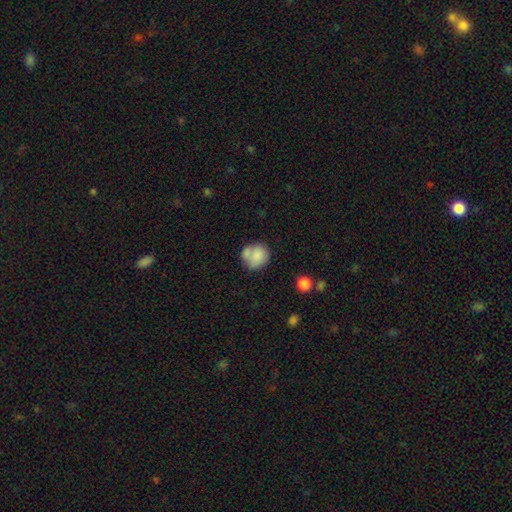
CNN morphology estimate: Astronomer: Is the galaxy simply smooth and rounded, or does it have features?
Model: smooth — 79%.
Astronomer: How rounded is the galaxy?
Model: round — 80%.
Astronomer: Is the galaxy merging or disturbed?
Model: none — 47% (runner-up: merger, 29%).